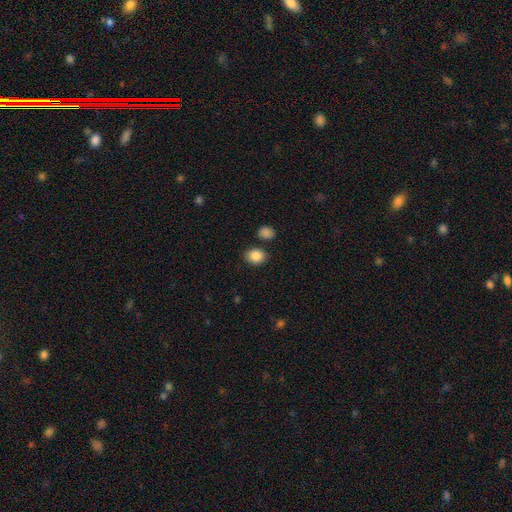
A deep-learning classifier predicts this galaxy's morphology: The model was most divided on "how rounded": round: 54%, in between: 45%, cigar-shaped: 1%. More confident: smooth or featured — smooth (87%); merging — none (79%).